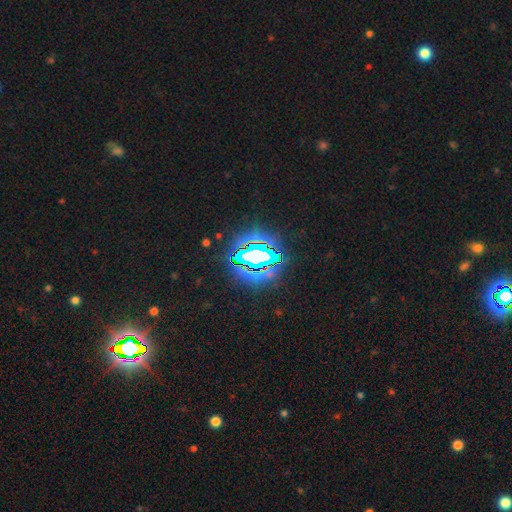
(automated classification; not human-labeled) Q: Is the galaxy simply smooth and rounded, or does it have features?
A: star or artifact — 72%.